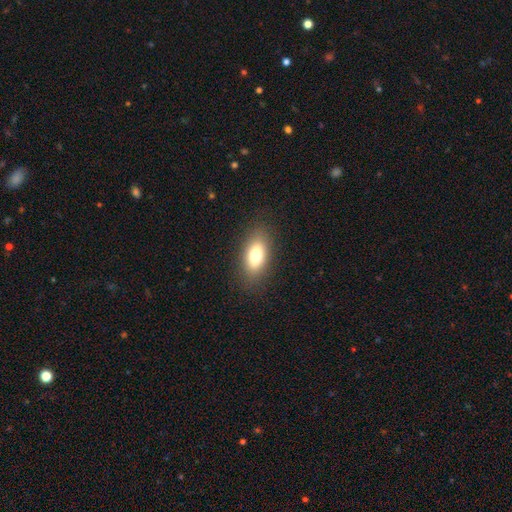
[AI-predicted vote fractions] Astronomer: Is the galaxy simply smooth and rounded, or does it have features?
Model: smooth — 77%.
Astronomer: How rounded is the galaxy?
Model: in between — 85%.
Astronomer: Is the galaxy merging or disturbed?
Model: none — 86%.